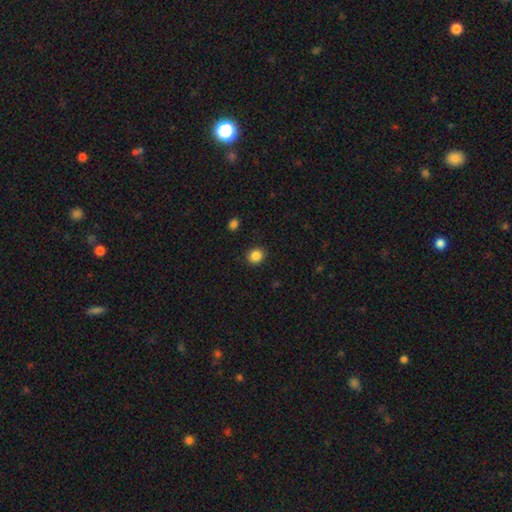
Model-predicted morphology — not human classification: The model was most divided on "how rounded": round: 86%, in between: 13%, cigar-shaped: 1%. More confident: merging — none (91%); smooth or featured — smooth (86%).